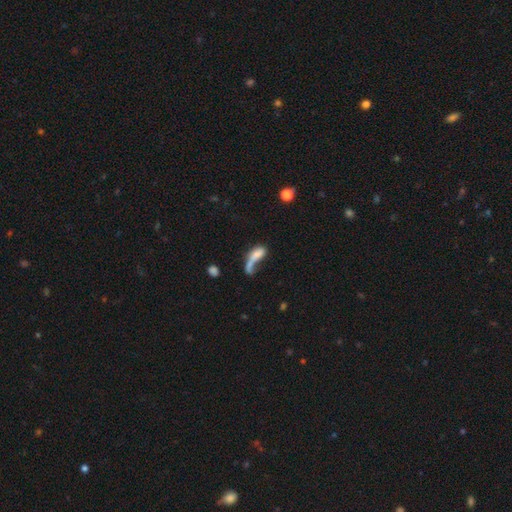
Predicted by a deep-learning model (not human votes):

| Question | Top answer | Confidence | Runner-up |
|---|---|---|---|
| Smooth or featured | smooth | 63% | featured or disk (27%) |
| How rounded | in between | 61% | cigar-shaped (32%) |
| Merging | merger | 42% | major disturbance (26%) |